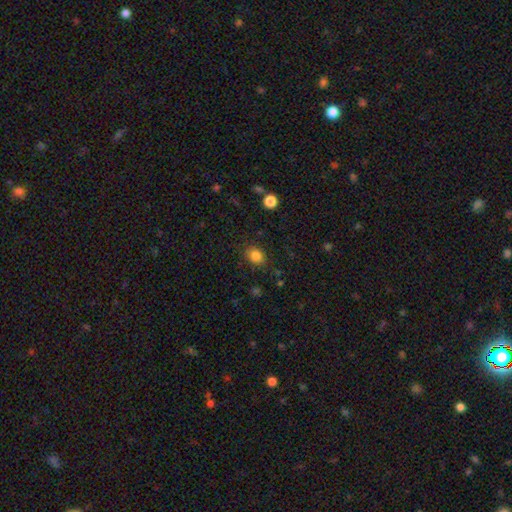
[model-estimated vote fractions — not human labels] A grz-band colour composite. It shows a smooth galaxy with no disk features (84%) that is round (52%). Merging: none (84%).